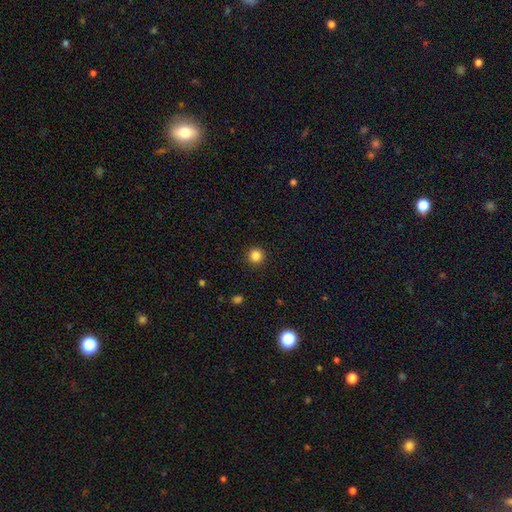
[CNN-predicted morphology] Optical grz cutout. It shows a smooth galaxy with no disk features (85%) that is round (96%). Merging: none (93%).